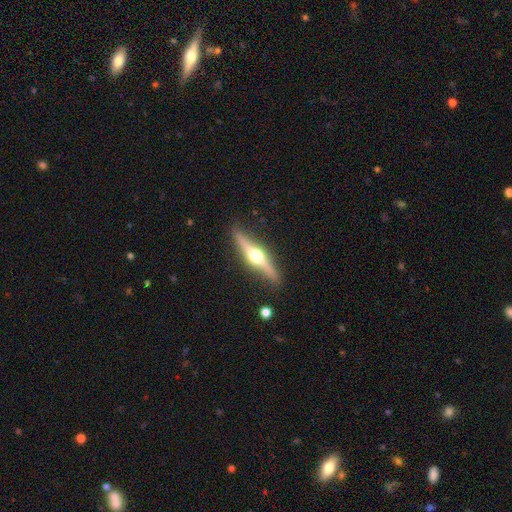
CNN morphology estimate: This is likely a featured or disk galaxy (79%). It is clearly viewed edge-on (97%). Edge-on bulge: clearly rounded (96%). Merging: clearly none (88%).